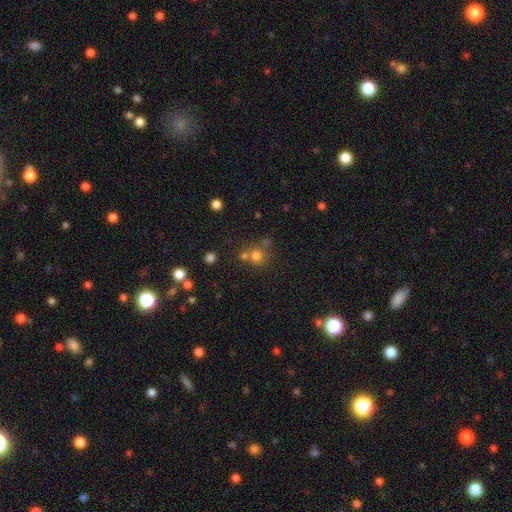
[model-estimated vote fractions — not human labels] Q: Smooth or featured?
A: smooth (70%); runner-up: star or artifact (20%)
Q: How rounded?
A: round (90%); runner-up: in between (9%)
Q: Merging?
A: none (57%); runner-up: merger (31%)